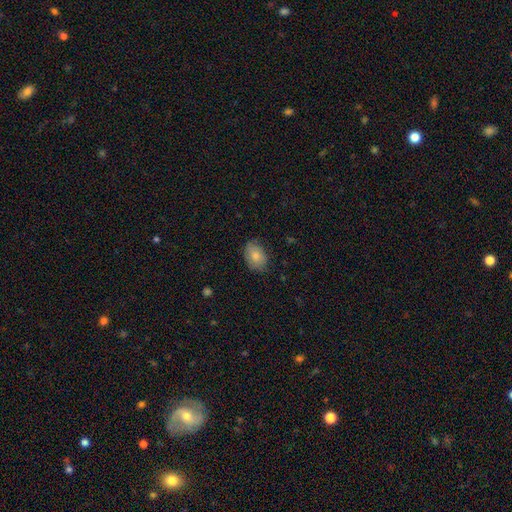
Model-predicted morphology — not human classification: Overall: smooth (80%). How rounded: in between (79%). Merging: none (76%).